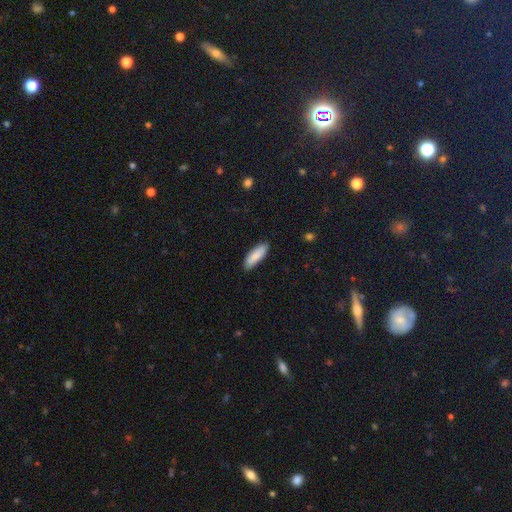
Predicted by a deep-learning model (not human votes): Smooth or featured? smooth (83%)
How rounded? in between (54%)
Merging? none (84%)